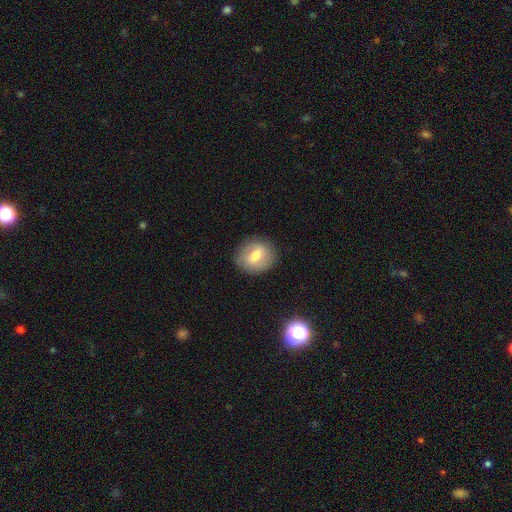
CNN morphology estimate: Smooth or featured? smooth (63%)
How rounded? round (70%)
Merging? none (86%)